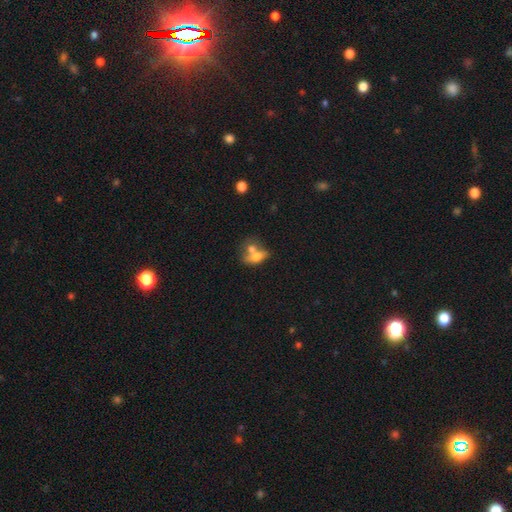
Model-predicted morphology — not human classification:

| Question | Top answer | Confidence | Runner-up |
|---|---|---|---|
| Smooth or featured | smooth | 65% | featured or disk (26%) |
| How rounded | in between | 69% | round (25%) |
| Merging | merger | 62% | none (23%) |